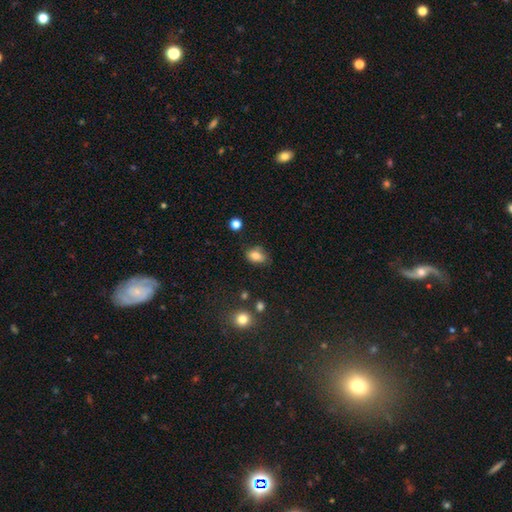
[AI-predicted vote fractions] Smooth or featured: smooth — 80% (star or artifact — 10%)
How rounded: in between — 79% (round — 20%)
Merging: none — 68% (minor disturbance — 23%)